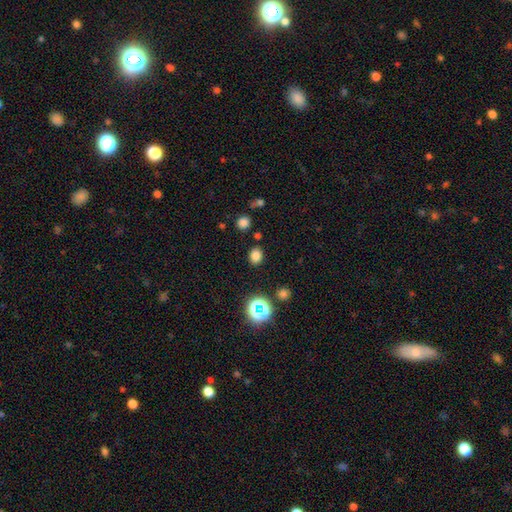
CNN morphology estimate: Smooth or featured? smooth (78%)
How rounded? round (54%)
Merging? none (85%)